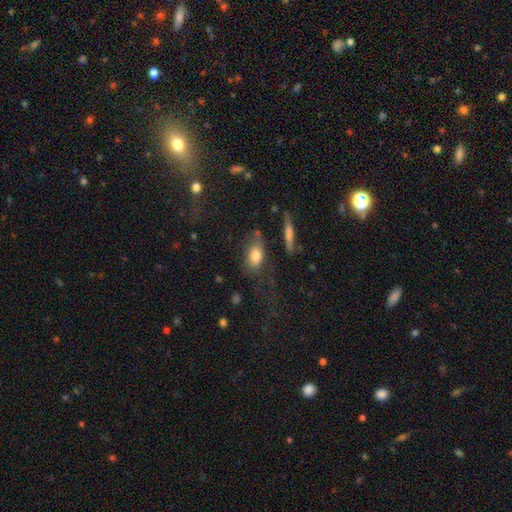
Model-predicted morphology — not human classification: A smooth galaxy with no disk features (75%) that is in between round and cigar-shaped (82%). Merging: none (56%).